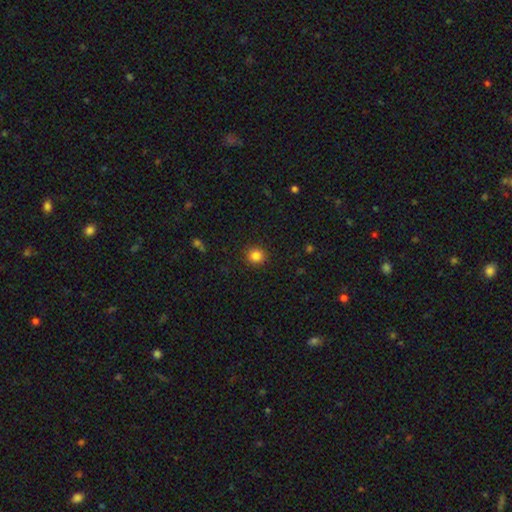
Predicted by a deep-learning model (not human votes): A smooth galaxy with no disk features (84%) that is round (91%). Merging: none (91%).